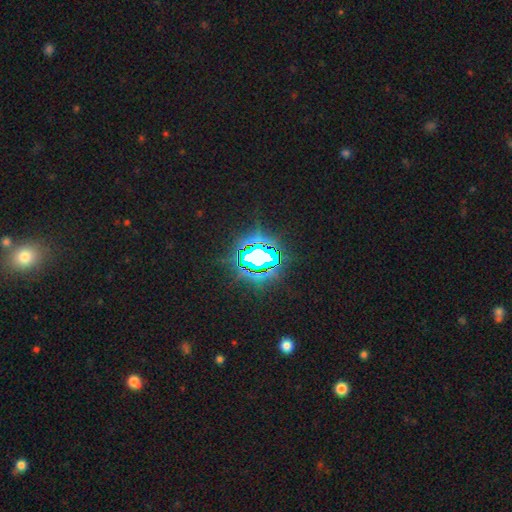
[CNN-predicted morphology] Smooth or featured?
  - star or artifact: 76% *
  - smooth: 13%
  - featured or disk: 12%